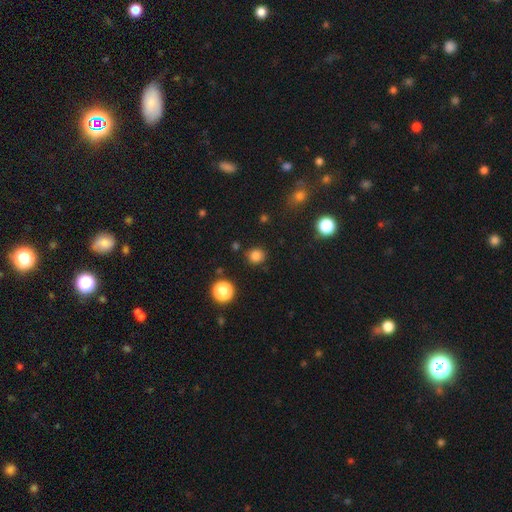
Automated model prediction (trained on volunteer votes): A smooth galaxy with no disk features (81%) that is round (86%). Merging: none (86%).